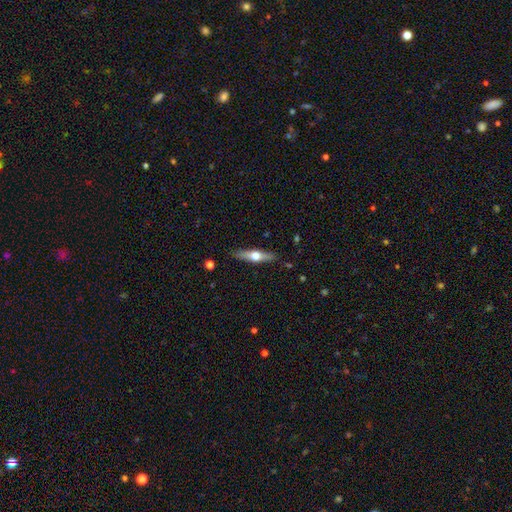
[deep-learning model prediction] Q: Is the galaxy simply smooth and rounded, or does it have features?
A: featured or disk — 54%.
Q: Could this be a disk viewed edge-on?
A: yes — 92%.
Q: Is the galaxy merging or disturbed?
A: none — 88%.